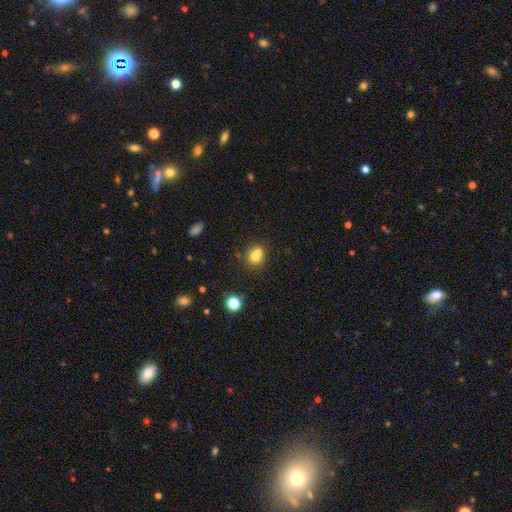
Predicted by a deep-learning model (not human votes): smooth_or_featured: smooth (p=0.72) [alt: featured or disk p=0.15]
how_rounded: round (p=0.76) [alt: in between p=0.23]
merging: none (p=0.44) [tied with: merger p=0.44]